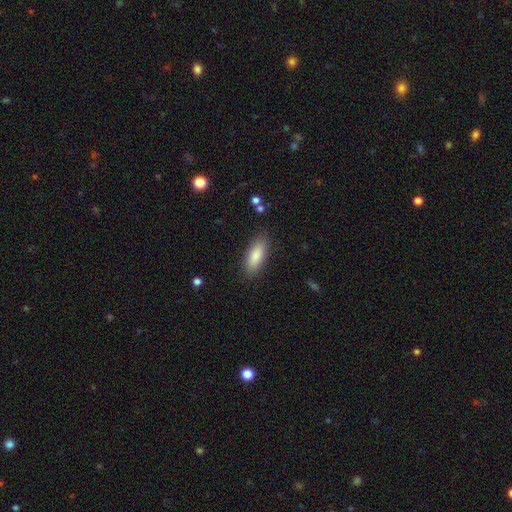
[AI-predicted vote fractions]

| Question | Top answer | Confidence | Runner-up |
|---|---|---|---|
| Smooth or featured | smooth | 85% | featured or disk (8%) |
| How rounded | in between | 74% | cigar-shaped (24%) |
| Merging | none | 86% | minor disturbance (10%) |